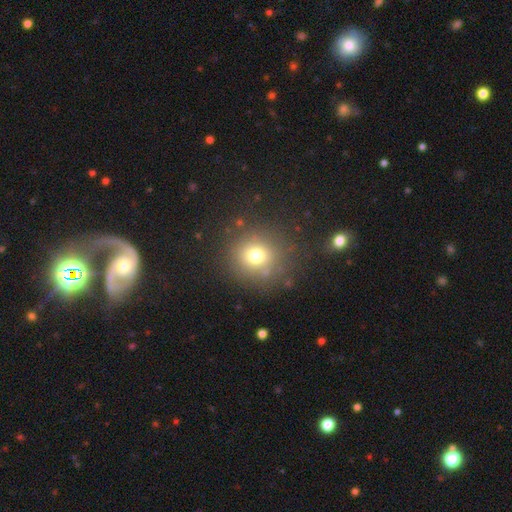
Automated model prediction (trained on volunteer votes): Overall: smooth (71%). How rounded: round (90%). Merging: none (82%).